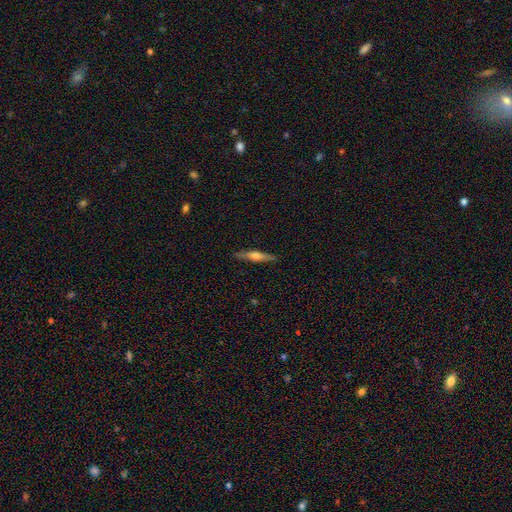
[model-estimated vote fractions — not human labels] Smooth or featured? Predicted: featured or disk (p=0.56). Edge-on disk? Predicted: yes (p=0.95). Edge-on bulge? Predicted: rounded (p=0.84). Merging? Predicted: none (p=0.88).